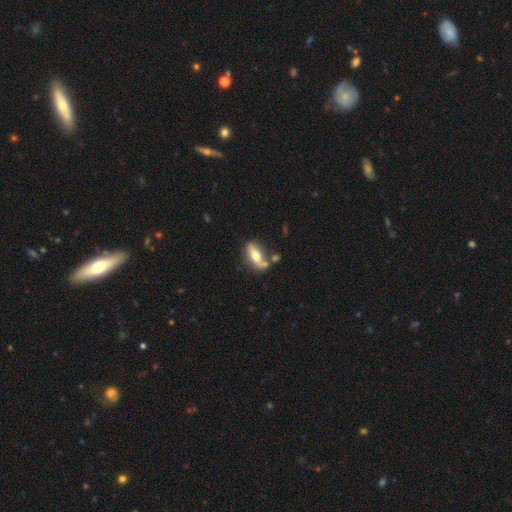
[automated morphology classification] This appears to be a smooth galaxy with no disk features (58%) that is in between round and cigar-shaped (71%). Merging: none (59%).